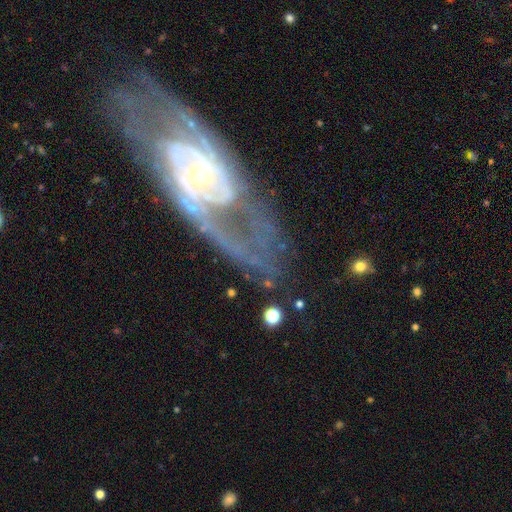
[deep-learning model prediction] Smooth or featured? featured or disk (86%)
Edge-on disk? no (93%)
Bar? no (58%)
Spiral arms? yes (90%)
Spiral winding? tight (48%)
Spiral arm count? 2 (60%)
Bulge size? small (57%)
Merging? none (62%)